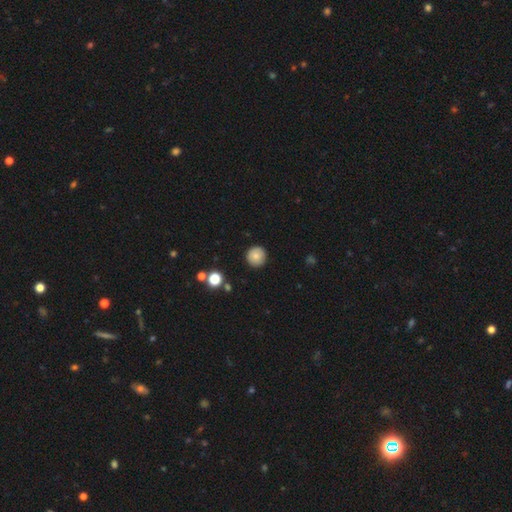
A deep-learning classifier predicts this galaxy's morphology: The model was most divided on "smooth or featured": smooth: 81%, featured or disk: 10%, star or artifact: 9%. More confident: how rounded — round (95%); merging — none (89%).